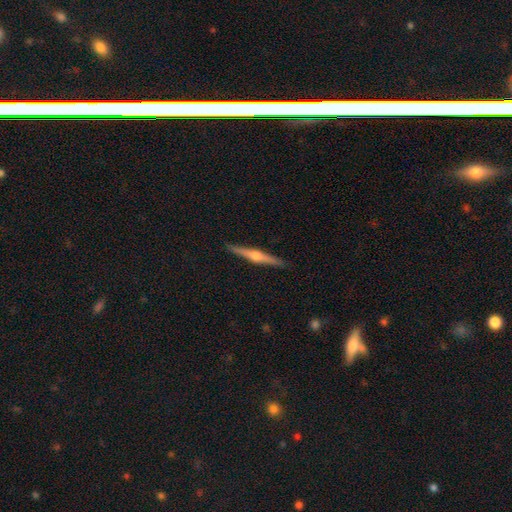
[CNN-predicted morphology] Q: Smooth or featured?
A: featured or disk (75%); runner-up: smooth (19%)
Q: Edge-on disk?
A: yes (98%); runner-up: no (2%)
Q: Edge-on bulge?
A: rounded (89%); runner-up: boxy (6%)
Q: Merging?
A: none (92%); runner-up: minor disturbance (6%)